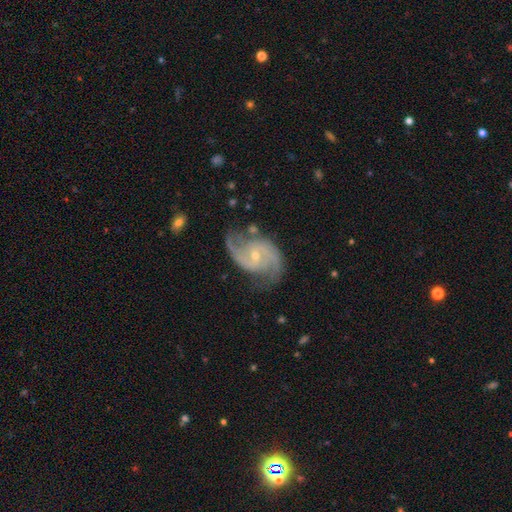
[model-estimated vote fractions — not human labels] This appears to be a featured or disk galaxy (91%) with no bar (58%), 2 (85%) medium (54%) spiral arms (98%) and a small central bulge (66%). Merging: none (71%).